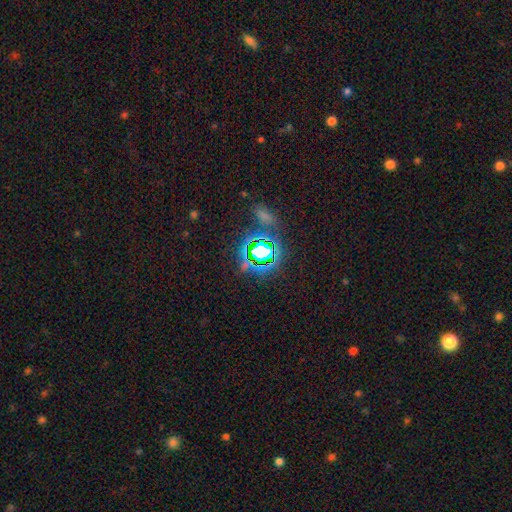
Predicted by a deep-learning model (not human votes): star or artifact 76%, smooth 16%, featured or disk 8%.